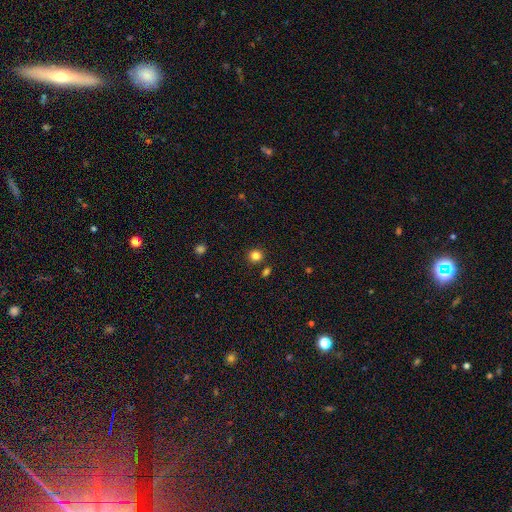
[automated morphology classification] Smooth or featured? smooth (83%)
How rounded? round (89%)
Merging? none (87%)